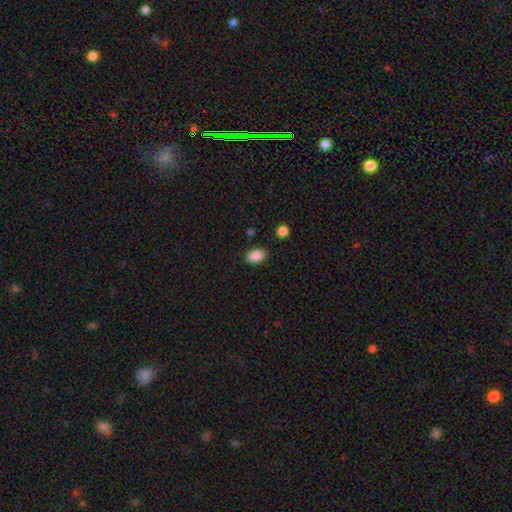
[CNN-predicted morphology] smooth 89%, star or artifact 8%, featured or disk 3%. Down the decision tree: how rounded — in between (86%); merging — none (86%).